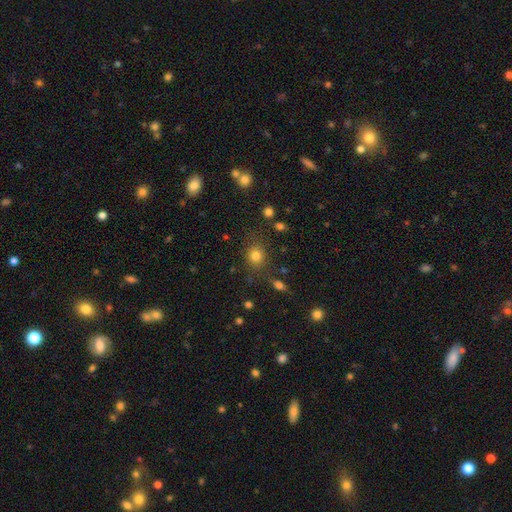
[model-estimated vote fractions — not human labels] A smooth galaxy with no disk features (80%) that is round (74%).

Vote fractions:
- Smooth or featured? smooth: 80% / star or artifact: 14% / featured or disk: 7%
- How rounded? round: 74% / in between: 25% / cigar-shaped: 1%
- Merging? none: 80% / minor disturbance: 12% / major disturbance: 5% / merger: 4%